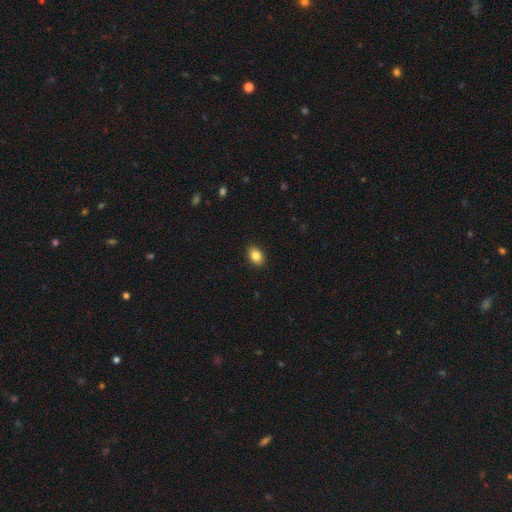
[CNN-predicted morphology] This appears to be a smooth galaxy with no disk features (85%) that is in between round and cigar-shaped (77%). Merging: none (90%).